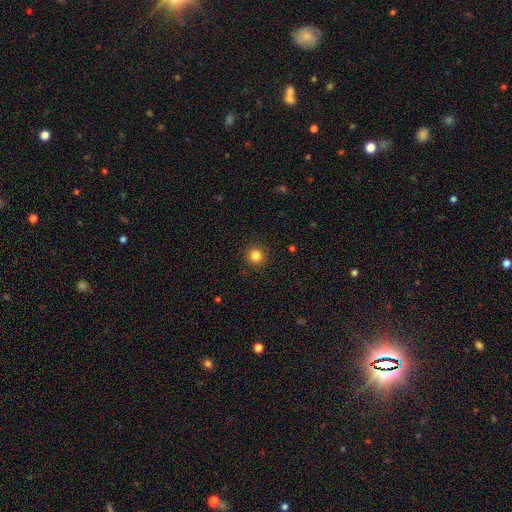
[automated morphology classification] smooth_or_featured: smooth (p=0.83) [alt: star or artifact p=0.12]
how_rounded: round (p=0.94) [alt: in between p=0.05]
merging: none (p=0.92) [alt: minor disturbance p=0.05]